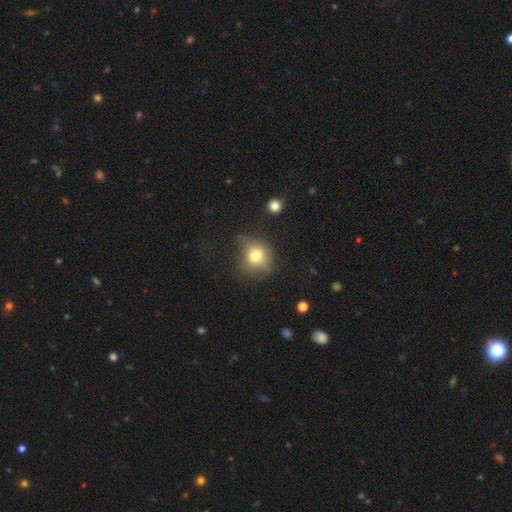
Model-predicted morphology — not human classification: Smooth or featured: smooth — 71% (featured or disk — 15%)
How rounded: round — 73% (in between — 26%)
Merging: none — 58% (minor disturbance — 25%)